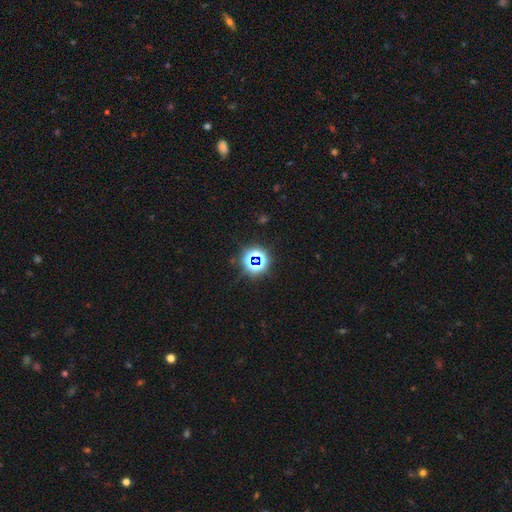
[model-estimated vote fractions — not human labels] Smooth or featured? Predicted: star or artifact (p=0.72).